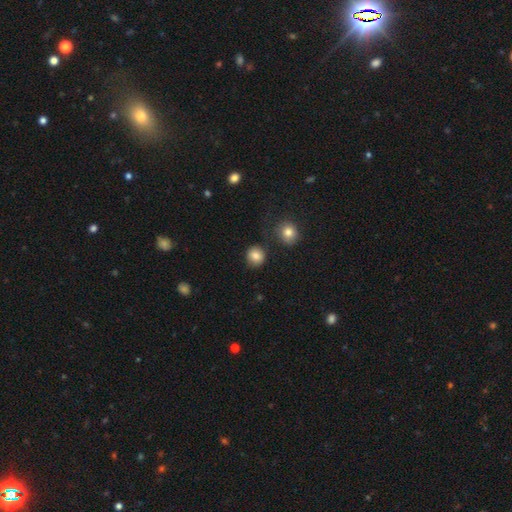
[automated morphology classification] smooth_or_featured: smooth (p=0.85) [alt: star or artifact p=0.10]
how_rounded: round (p=0.87) [alt: in between p=0.12]
merging: none (p=0.85) [alt: minor disturbance p=0.09]